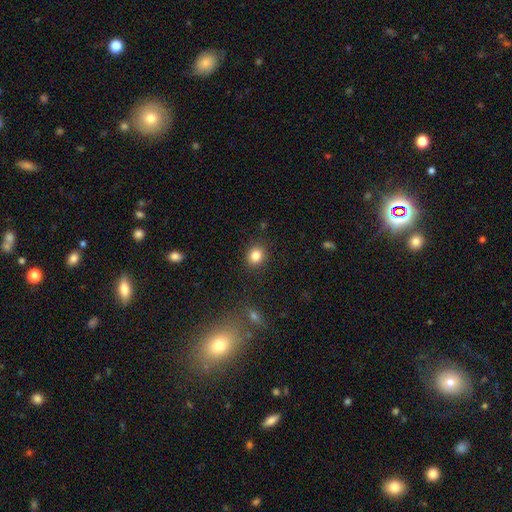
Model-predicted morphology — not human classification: smooth_or_featured: smooth (p=0.84) [alt: star or artifact p=0.11]
how_rounded: round (p=0.75) [alt: in between p=0.25]
merging: none (p=0.89) [alt: minor disturbance p=0.07]